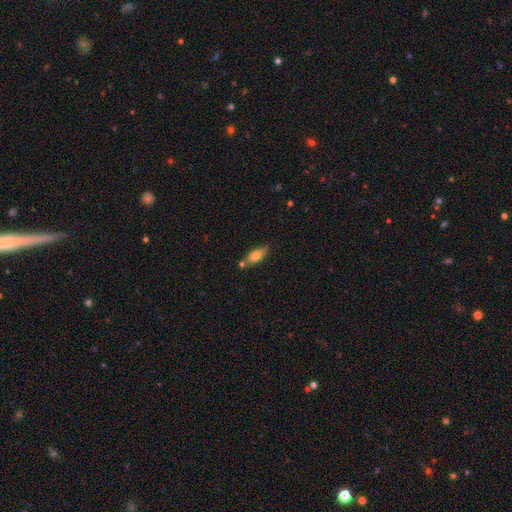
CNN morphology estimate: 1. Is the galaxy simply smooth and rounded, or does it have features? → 76% smooth, 16% featured or disk, 8% star or artifact.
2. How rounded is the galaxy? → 78% in between, 18% cigar-shaped, 4% round.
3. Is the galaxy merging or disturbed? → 63% none, 18% minor disturbance, 14% merger, 4% major disturbance.